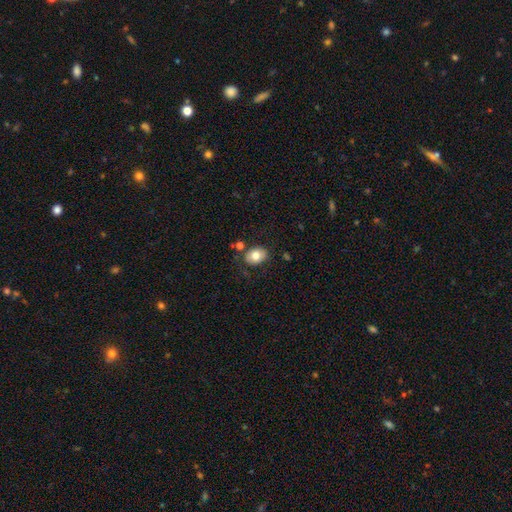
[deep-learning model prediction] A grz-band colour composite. It shows a smooth galaxy with no disk features (77%) that is in between round and cigar-shaped (67%). Merging: none (77%).